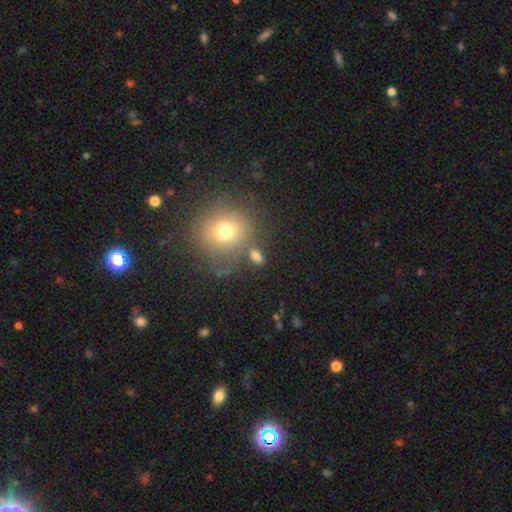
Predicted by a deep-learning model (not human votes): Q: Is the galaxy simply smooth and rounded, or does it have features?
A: smooth — 75%.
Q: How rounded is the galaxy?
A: in between — 70%.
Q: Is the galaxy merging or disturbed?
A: none — 69%.